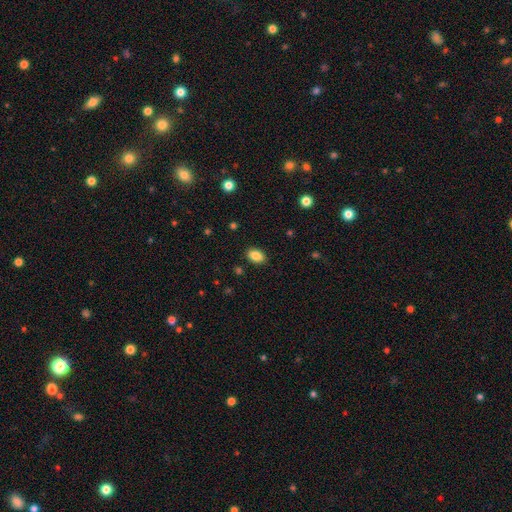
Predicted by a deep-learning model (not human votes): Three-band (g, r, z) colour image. It shows a smooth galaxy with no disk features (87%) that is in between round and cigar-shaped (85%). Merging: none (88%).